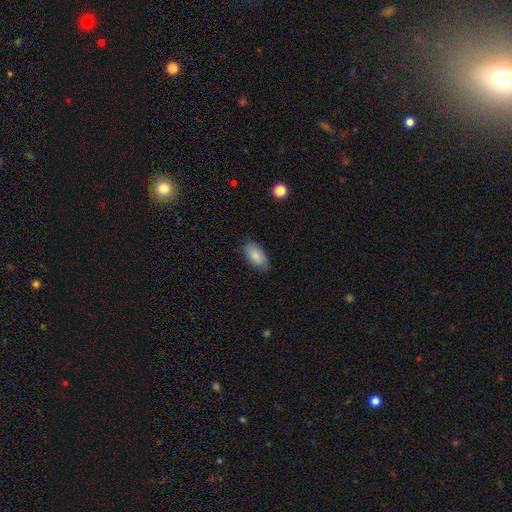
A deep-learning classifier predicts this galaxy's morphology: This appears to be a smooth galaxy with no disk features (84%) that is in between round and cigar-shaped (93%). Merging: none (82%).